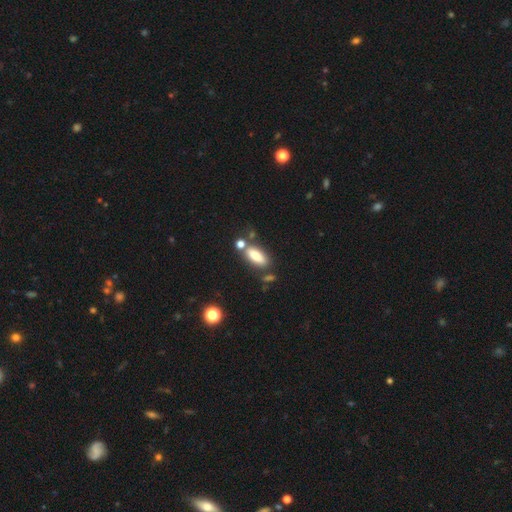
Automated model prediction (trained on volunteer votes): Smooth or featured: smooth — 75% (featured or disk — 17%)
How rounded: in between — 79% (cigar-shaped — 17%)
Merging: none — 65% (merger — 17%)